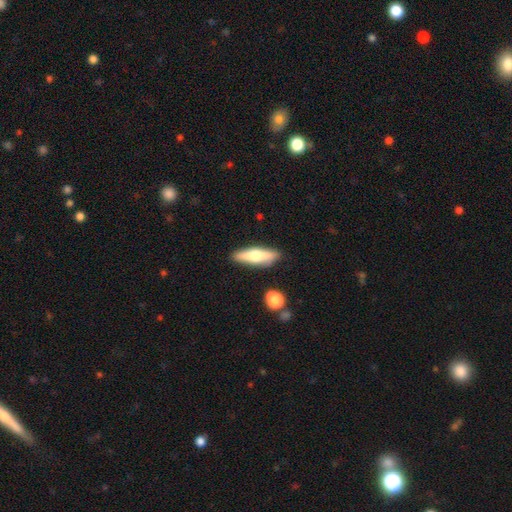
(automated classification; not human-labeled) Overall: smooth (55%; featured or disk 38%). How rounded: cigar-shaped (63%; in between 35%). Merging: none (83%).